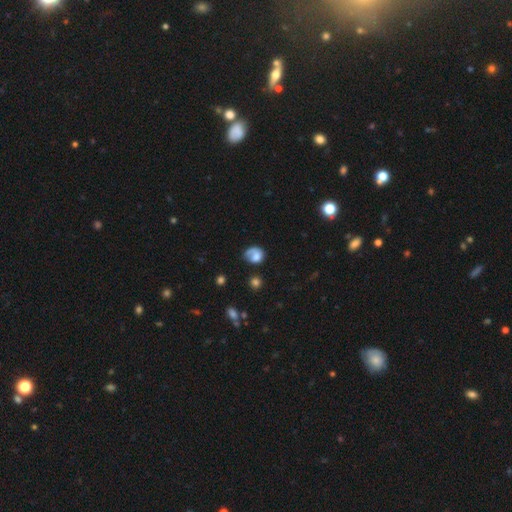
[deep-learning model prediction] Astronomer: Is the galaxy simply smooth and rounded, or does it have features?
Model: smooth — 53% (runner-up: featured or disk, 38%).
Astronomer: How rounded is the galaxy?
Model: round — 50% (runner-up: in between, 48%).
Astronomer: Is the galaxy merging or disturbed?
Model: none — 37% (runner-up: major disturbance, 31%).